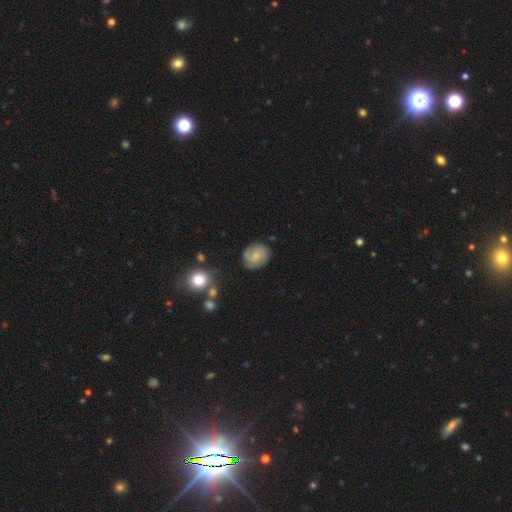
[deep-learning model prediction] This is possibly a featured or disk galaxy (54%). It is clearly not viewed edge-on (98%). Bar: likely no (67%). Spiral arm pattern: clearly yes (86%). Central bulge: likely small (62%). Merging: likely none (75%).